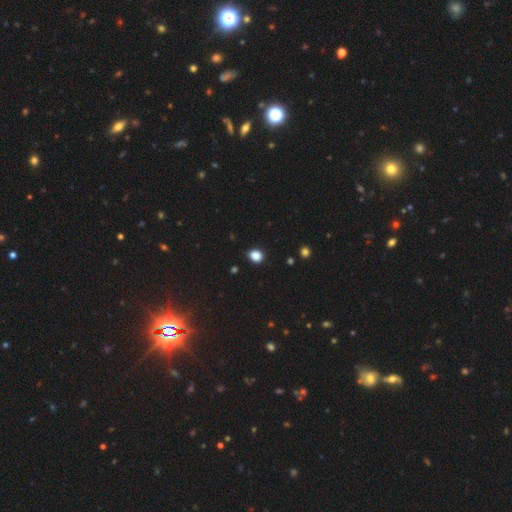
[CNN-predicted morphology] Smooth or featured: smooth — 85% (star or artifact — 12%)
How rounded: round — 57% (in between — 42%)
Merging: none — 86% (minor disturbance — 10%)